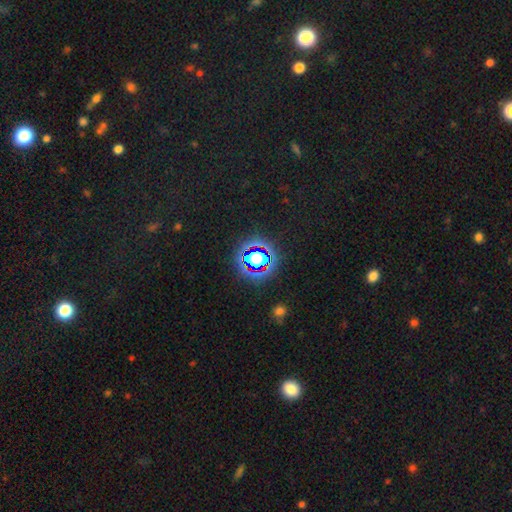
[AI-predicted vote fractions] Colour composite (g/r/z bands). It shows a star or artifact, not a galaxy (64%).